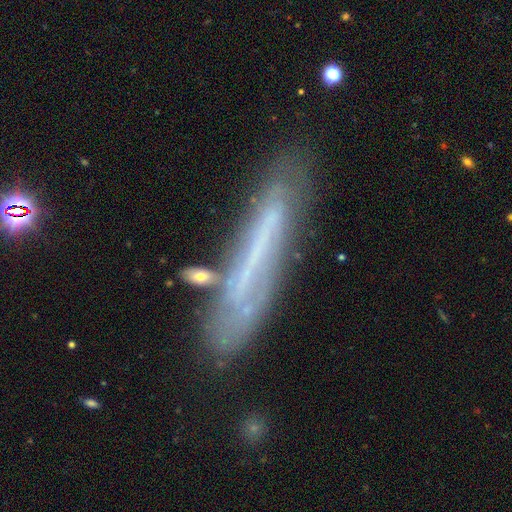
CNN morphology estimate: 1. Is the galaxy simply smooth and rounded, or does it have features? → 53% featured or disk, 37% smooth, 10% star or artifact.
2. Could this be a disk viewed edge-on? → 68% yes, 32% no.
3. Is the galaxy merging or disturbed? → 66% none, 20% minor disturbance, 8% major disturbance, 5% merger.